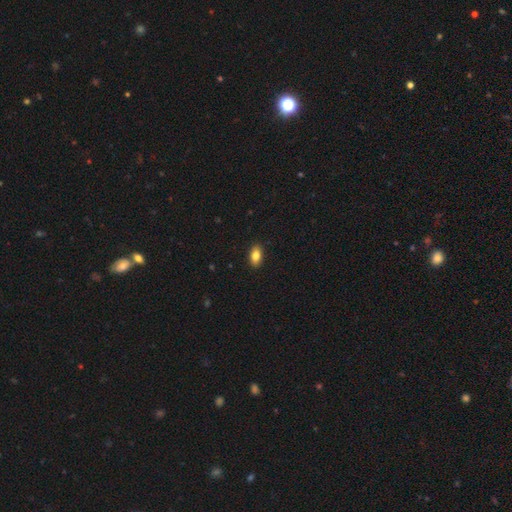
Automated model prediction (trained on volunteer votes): This is clearly a smooth galaxy (83%). How rounded: clearly in between (90%). Merging: clearly none (90%).